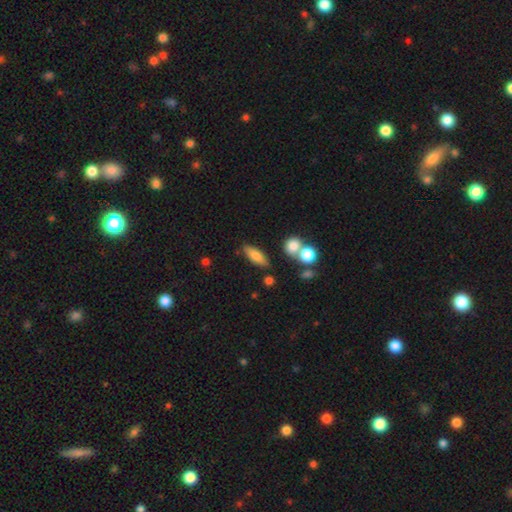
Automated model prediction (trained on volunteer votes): The model was most divided on "how rounded": in between: 66%, cigar-shaped: 29%, round: 5%. More confident: smooth or featured — smooth (76%); merging — none (74%).